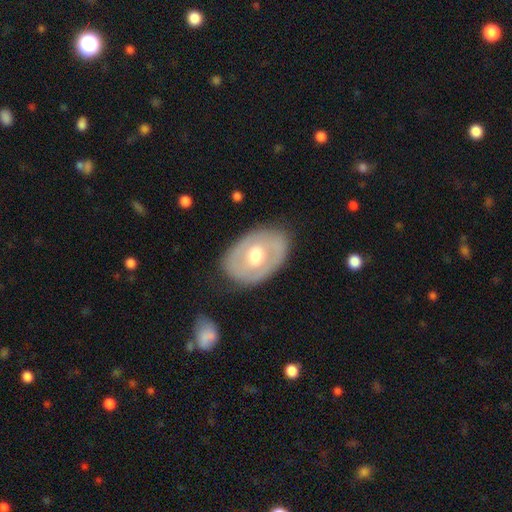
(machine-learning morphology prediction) featured or disk 54%, smooth 41%, star or artifact 5%. Down the decision tree: edge-on disk — no (92%); merging — none (79%).